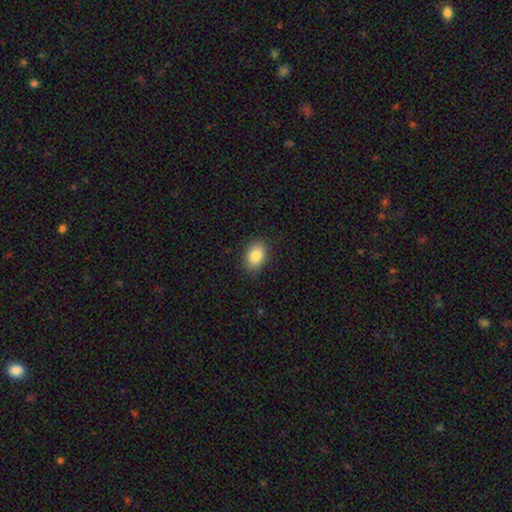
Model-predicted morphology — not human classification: This is clearly a smooth galaxy (85%). How rounded: clearly in between (81%). Merging: clearly none (87%).